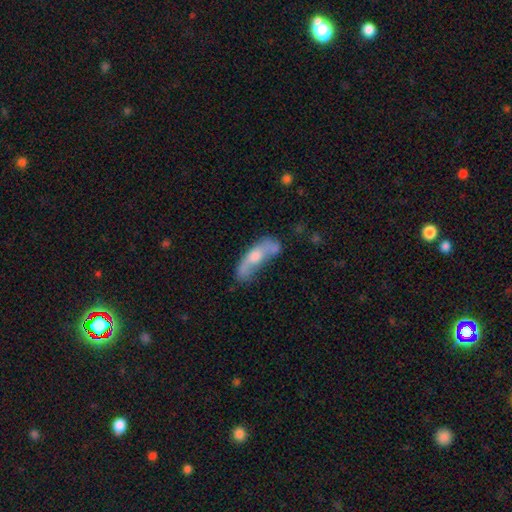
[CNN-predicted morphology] smooth-or-featured: smooth: 48% | featured or disk: 45% | star or artifact: 7%
  merging: none: 35% | minor disturbance: 26% | major disturbance: 20% | merger: 19%